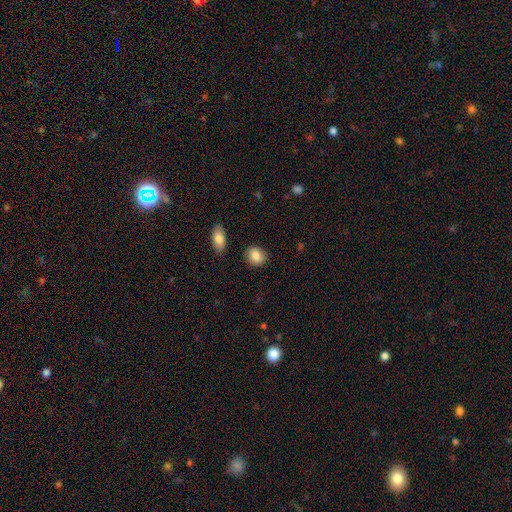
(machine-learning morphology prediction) type=smooth (87%); roundness=round (65%); merging=none (87%).